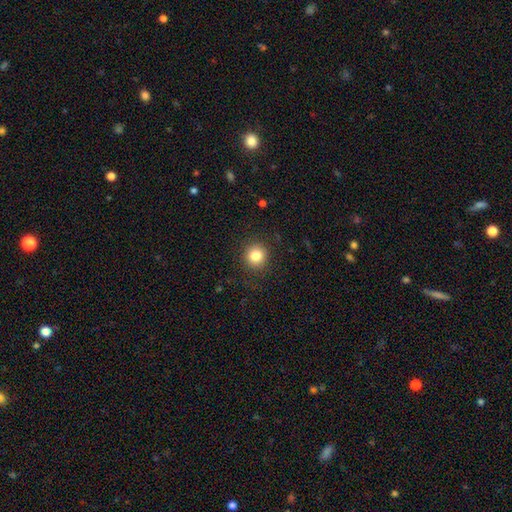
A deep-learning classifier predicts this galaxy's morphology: This appears to be a smooth galaxy with no disk features (83%) that is round (91%). Merging: none (90%).